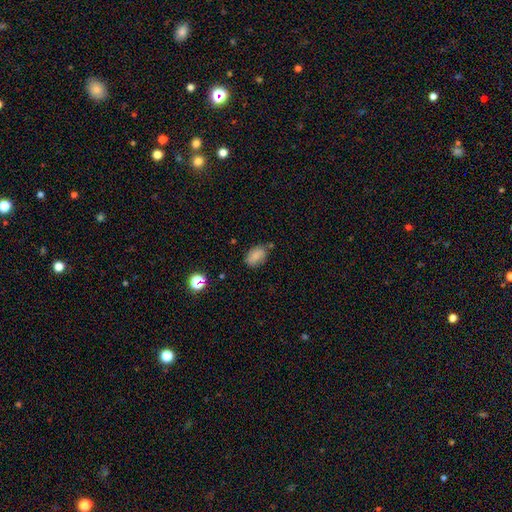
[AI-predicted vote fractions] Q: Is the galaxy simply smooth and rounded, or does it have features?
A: smooth — 79%.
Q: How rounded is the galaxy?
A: in between — 85%.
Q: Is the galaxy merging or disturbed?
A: none — 63%.